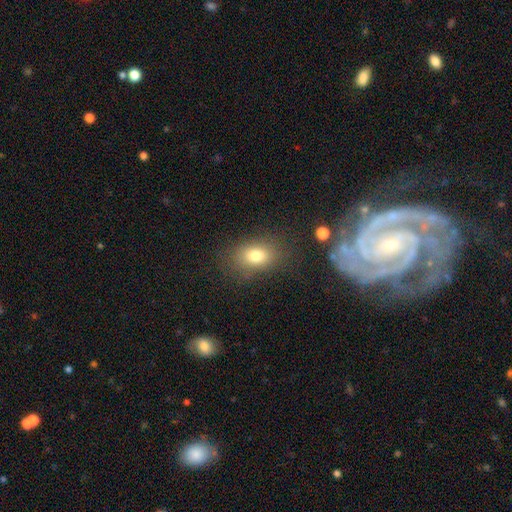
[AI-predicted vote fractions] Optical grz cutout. It shows a smooth galaxy with no disk features (77%) that is in between round and cigar-shaped (76%). Merging: none (78%).